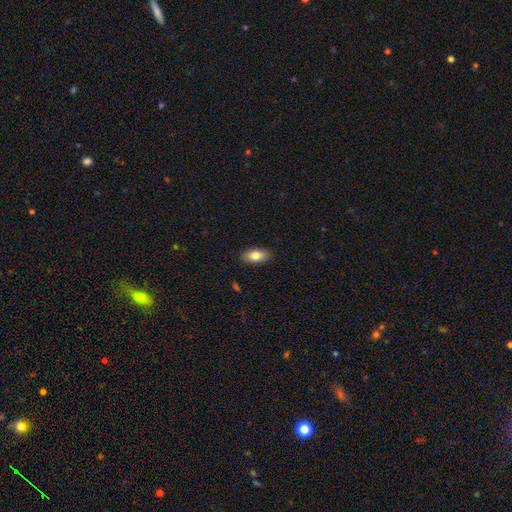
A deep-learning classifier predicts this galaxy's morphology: A smooth galaxy with no disk features (82%) that is in between round and cigar-shaped (91%).

Vote fractions:
- Smooth or featured? smooth: 82% / featured or disk: 11% / star or artifact: 7%
- How rounded? in between: 91% / round: 5% / cigar-shaped: 4%
- Merging? none: 87% / minor disturbance: 10% / major disturbance: 2% / merger: 1%